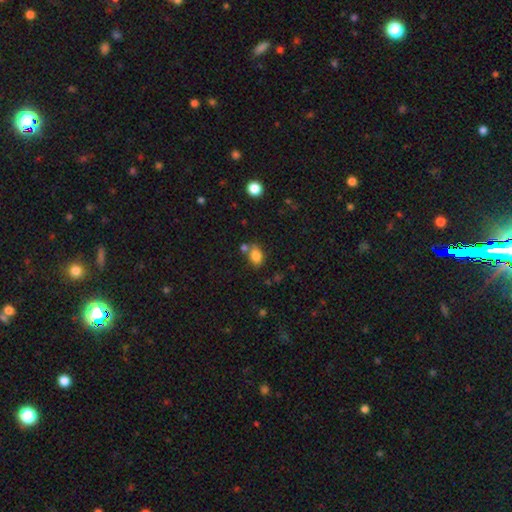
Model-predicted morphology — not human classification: A smooth galaxy with no disk features (82%) that is in between round and cigar-shaped (74%).

Vote fractions:
- Smooth or featured? smooth: 82% / star or artifact: 10% / featured or disk: 7%
- How rounded? in between: 74% / round: 25% / cigar-shaped: 1%
- Merging? none: 61% / merger: 21% / minor disturbance: 14% / major disturbance: 4%